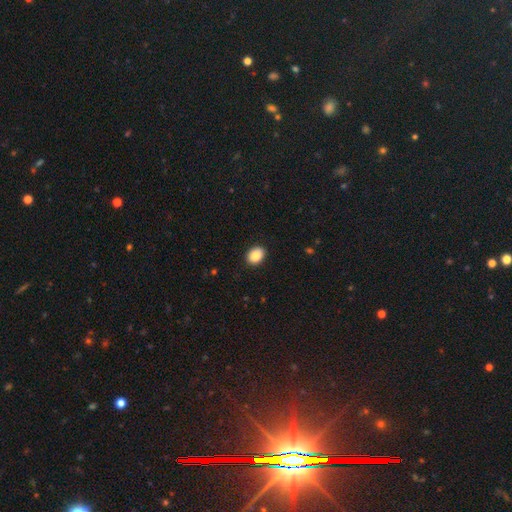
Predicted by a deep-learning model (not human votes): Morphology: type=smooth (87%); roundness=in between (65%); merging=none (90%).